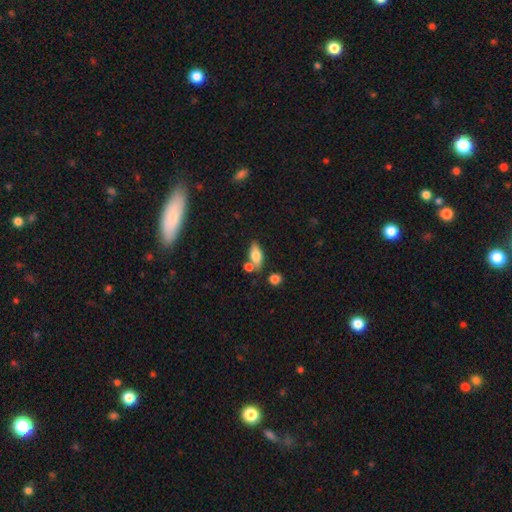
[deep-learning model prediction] This appears to be a smooth galaxy with no disk features (71%) that is in between round and cigar-shaped (80%). Merging: none (61%).